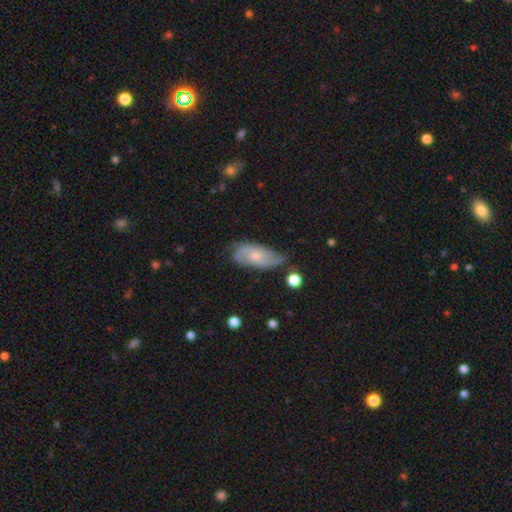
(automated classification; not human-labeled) The model was most divided on "bulge size": small: 50%, moderate: 39%, none: 7%, large: 3%, dominant: 1%. Remaining: edge-on disk — no (93%); spiral arms — yes (92%); smooth or featured — featured or disk (71%); bar — no (65%); merging — none (62%); spiral arm count — 2 (57%); spiral winding — medium (46%).